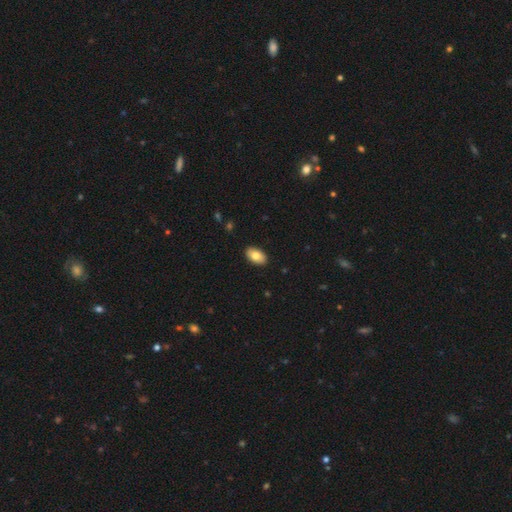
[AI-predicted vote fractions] A smooth galaxy with no disk features (80%) that is in between round and cigar-shaped (94%).

Vote fractions:
- Smooth or featured? smooth: 80% / featured or disk: 13% / star or artifact: 6%
- How rounded? in between: 94% / round: 4% / cigar-shaped: 2%
- Merging? none: 90% / minor disturbance: 7% / major disturbance: 2% / merger: 1%